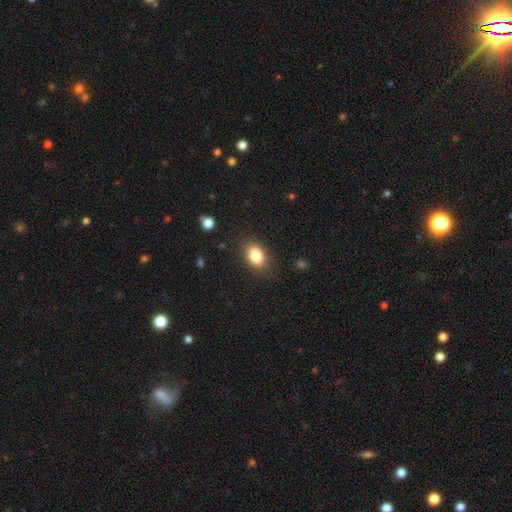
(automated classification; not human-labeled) Smooth or featured? smooth (84%)
How rounded? in between (84%)
Merging? none (82%)